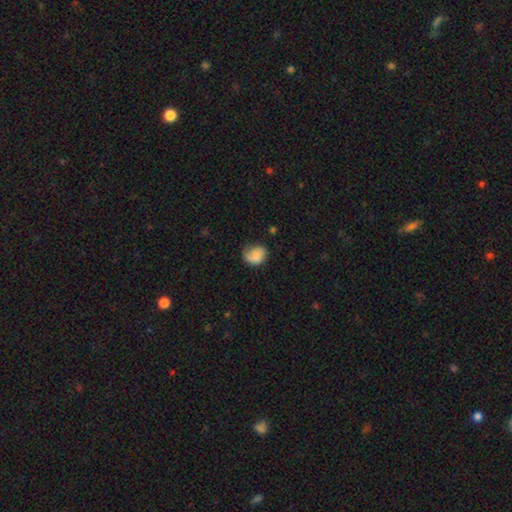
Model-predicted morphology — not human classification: Smooth or featured?
  - smooth: 73% *
  - featured or disk: 19%
  - star or artifact: 8%
How rounded?
  - round: 57% *
  - in between: 42%
  - cigar-shaped: 1%
Merging?
  - none: 50% *
  - minor disturbance: 31%
  - major disturbance: 16%
  - merger: 2%